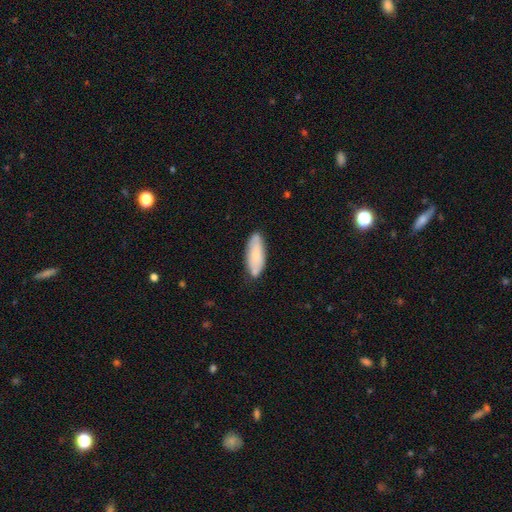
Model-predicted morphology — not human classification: type=smooth (75%); roundness=in between (64%); merging=none (75%).